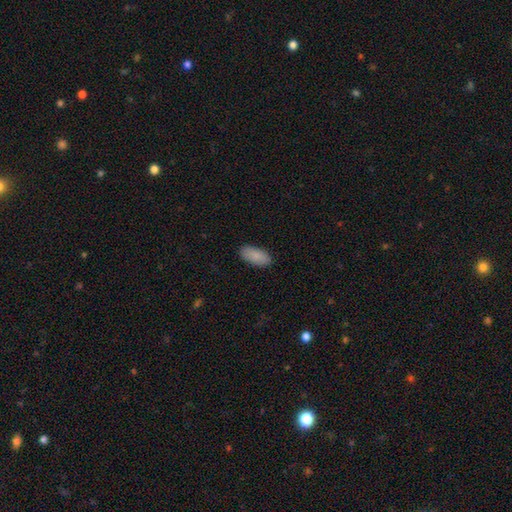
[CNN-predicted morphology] type=smooth (88%); roundness=in between (93%); merging=none (89%).